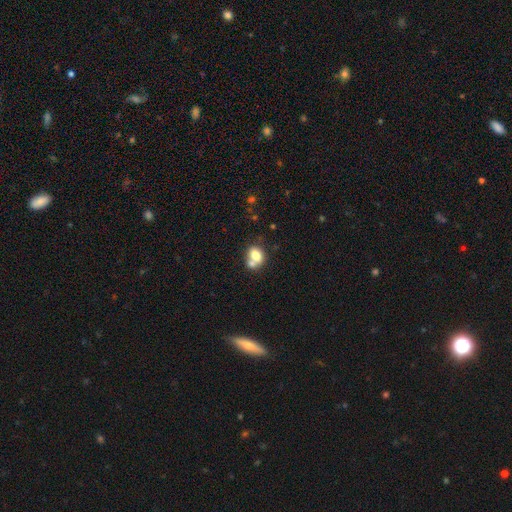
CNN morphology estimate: Smooth or featured: smooth — 75% (featured or disk — 16%)
How rounded: in between — 58% (round — 41%)
Merging: merger — 47% (none — 37%)